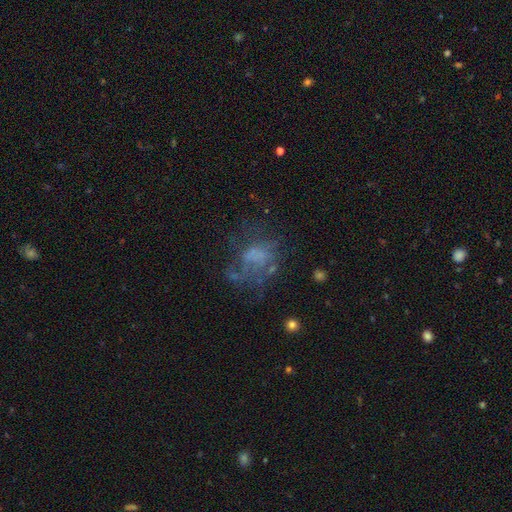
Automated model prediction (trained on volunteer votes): This appears to be a featured or disk galaxy (45%). Merging: none (42%).